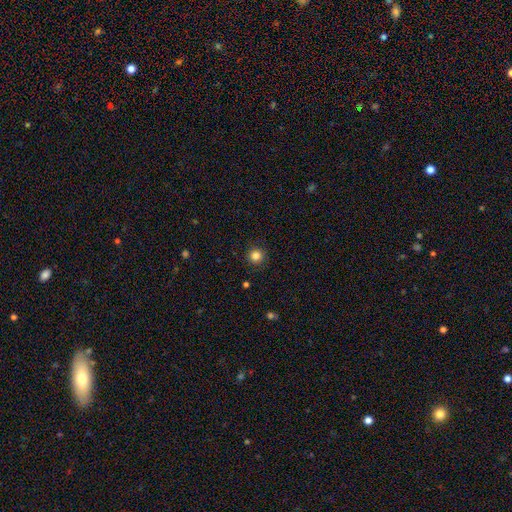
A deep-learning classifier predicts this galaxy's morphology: smooth_or_featured: smooth (p=0.84) [alt: star or artifact p=0.12]
how_rounded: round (p=0.95) [alt: in between p=0.04]
merging: none (p=0.90) [alt: minor disturbance p=0.06]